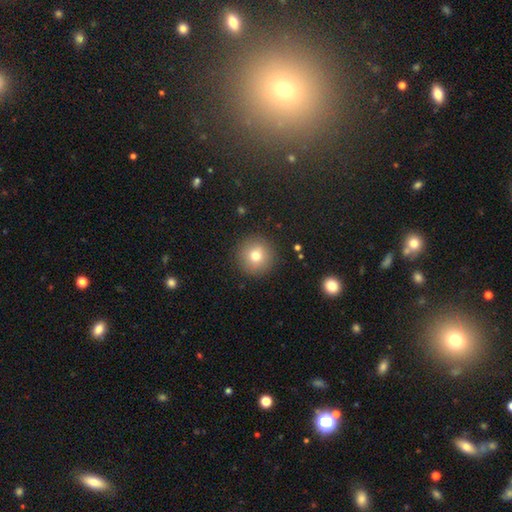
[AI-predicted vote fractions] smooth-or-featured: smooth: 76% | featured or disk: 12% | star or artifact: 12%
  how-rounded: round: 95% | in between: 4% | cigar-shaped: 1%
  merging: none: 91% | minor disturbance: 6% | major disturbance: 2% | merger: 1%